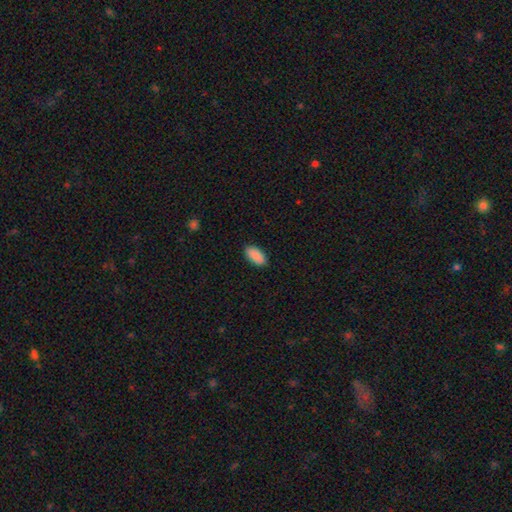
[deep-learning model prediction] A smooth galaxy with no disk features (90%) that is in between round and cigar-shaped (93%).

Vote fractions:
- Smooth or featured? smooth: 90% / star or artifact: 6% / featured or disk: 3%
- How rounded? in between: 93% / cigar-shaped: 5% / round: 2%
- Merging? none: 89% / minor disturbance: 8% / major disturbance: 2% / merger: 1%